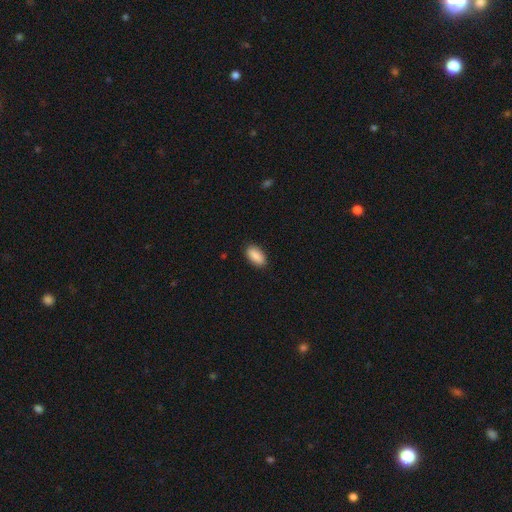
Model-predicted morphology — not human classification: Smooth or featured: smooth — 89% (star or artifact — 7%)
How rounded: in between — 93% (cigar-shaped — 4%)
Merging: none — 89% (minor disturbance — 8%)